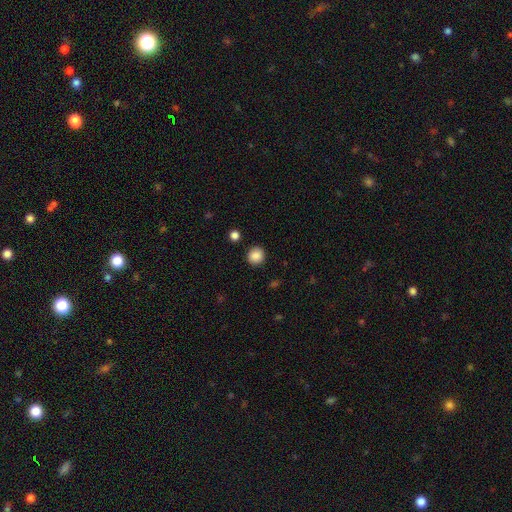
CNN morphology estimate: This is clearly a smooth galaxy (88%). How rounded: clearly round (91%). Merging: clearly none (91%).